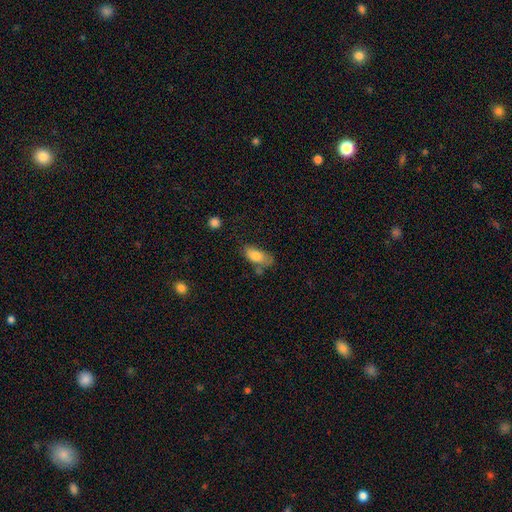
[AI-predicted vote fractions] Morphology: type=smooth (79%); roundness=in between (86%); merging=none (46%).